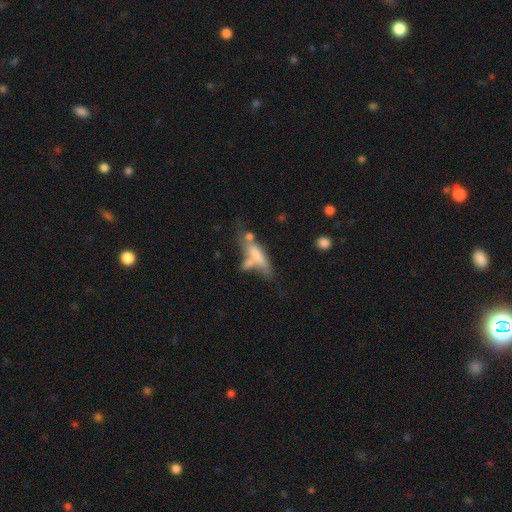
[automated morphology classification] smooth_or_featured: smooth (p=0.60) [alt: featured or disk p=0.31]
how_rounded: cigar-shaped (p=0.65) [alt: in between p=0.32]
merging: merger (p=0.33) [tied with: none p=0.33]